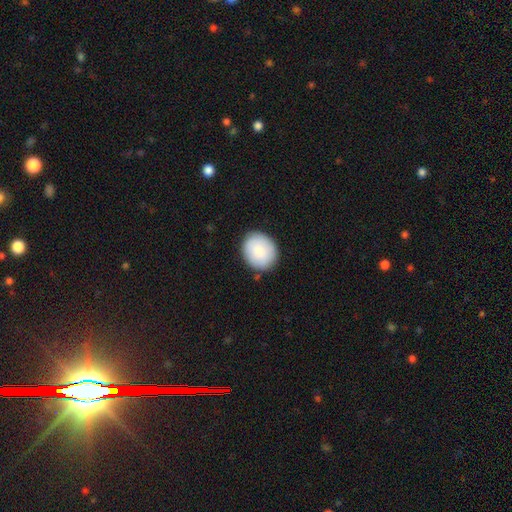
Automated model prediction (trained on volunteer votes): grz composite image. It shows a smooth galaxy with no disk features (86%) that is round (65%). Merging: none (85%).